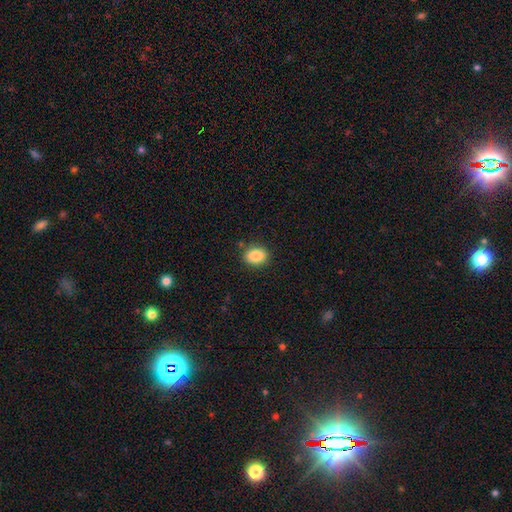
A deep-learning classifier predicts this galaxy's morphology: Smooth or featured?
  - smooth: 85% *
  - star or artifact: 9%
  - featured or disk: 6%
How rounded?
  - in between: 66% *
  - round: 33%
  - cigar-shaped: 1%
Merging?
  - none: 86% *
  - minor disturbance: 9%
  - major disturbance: 2%
  - merger: 2%